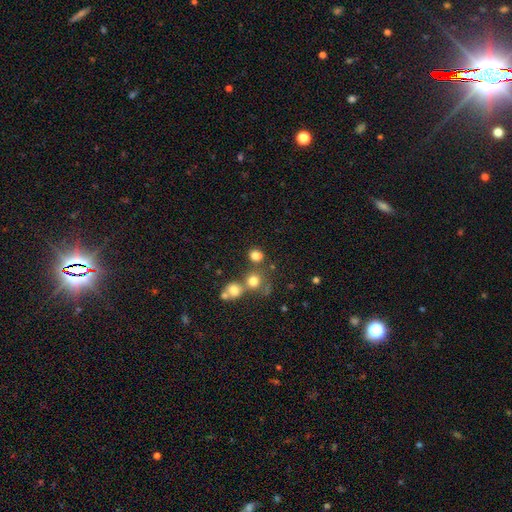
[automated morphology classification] This is likely a smooth galaxy (77%). How rounded: likely round (75%). Merging: likely none (63%).